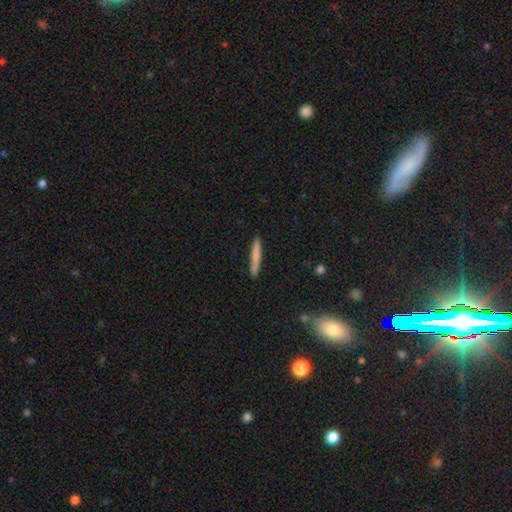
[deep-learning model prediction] This appears to be a smooth galaxy with no disk features (75%) that is cigar-shaped (96%). Merging: none (89%).